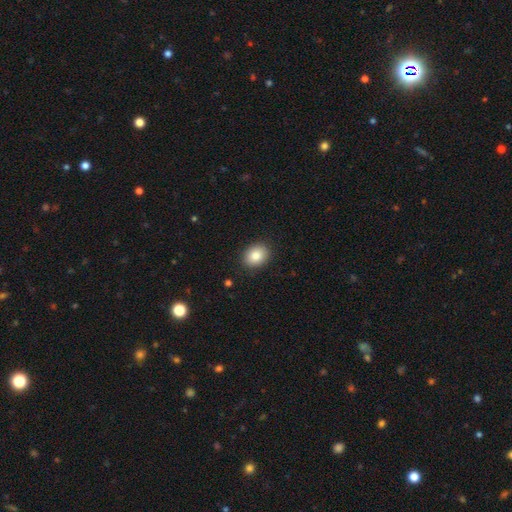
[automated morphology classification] Smooth or featured? smooth (85%)
How rounded? in between (59%)
Merging? none (89%)